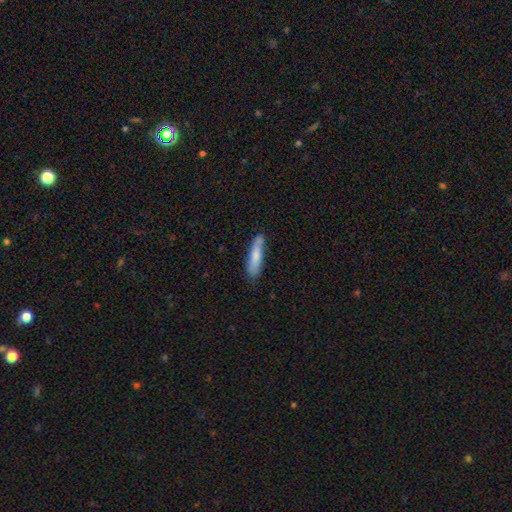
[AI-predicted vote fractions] Smooth or featured? smooth (73%)
How rounded? cigar-shaped (78%)
Merging? none (72%)